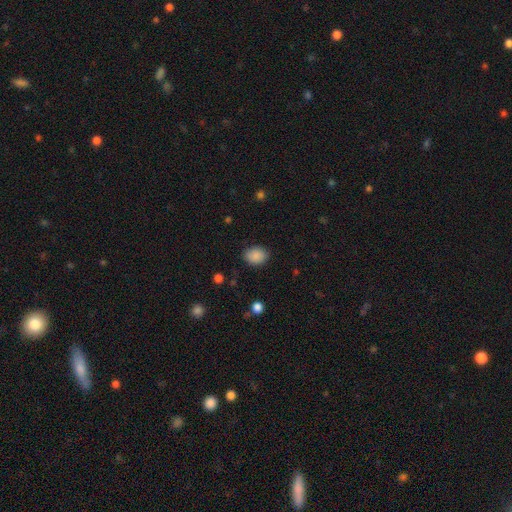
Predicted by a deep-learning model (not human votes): Smooth or featured?
  - smooth: 88% *
  - star or artifact: 8%
  - featured or disk: 4%
How rounded?
  - in between: 65% *
  - round: 34%
  - cigar-shaped: 1%
Merging?
  - none: 84% *
  - minor disturbance: 11%
  - major disturbance: 3%
  - merger: 1%